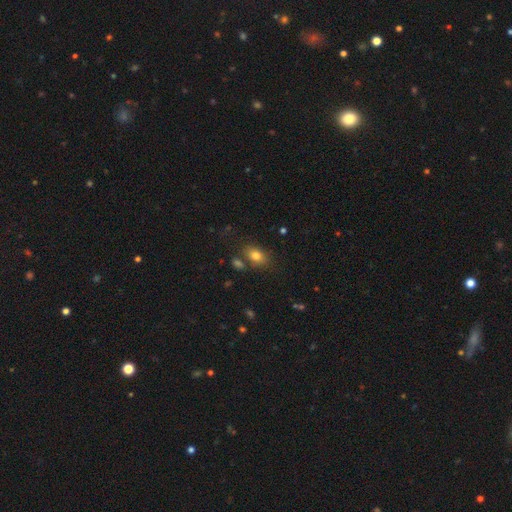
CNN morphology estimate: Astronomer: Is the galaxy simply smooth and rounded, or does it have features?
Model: smooth — 80%.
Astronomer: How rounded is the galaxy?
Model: in between — 79%.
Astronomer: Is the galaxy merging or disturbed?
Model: none — 71%.